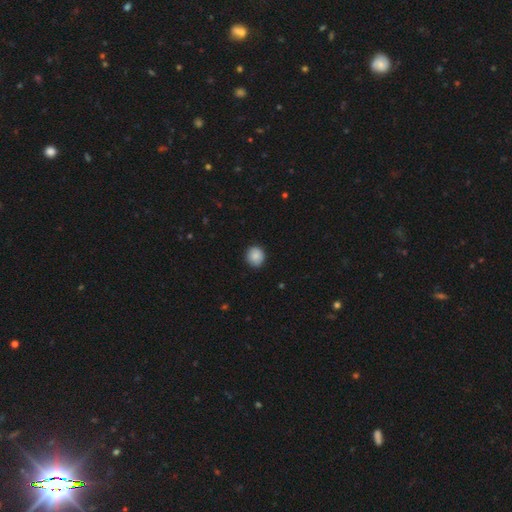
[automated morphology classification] Overall: smooth (88%). How rounded: round (87%). Merging: none (88%).